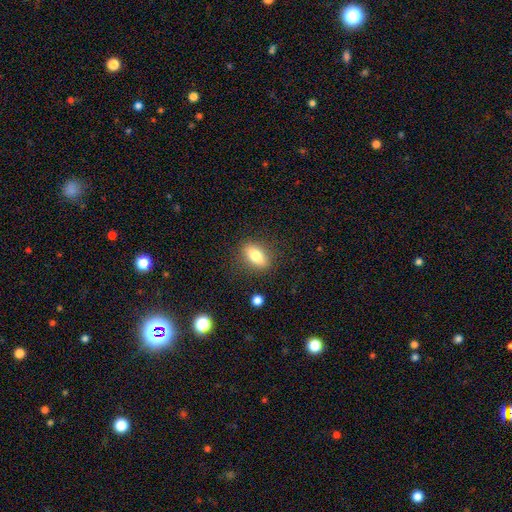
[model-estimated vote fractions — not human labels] This is likely a smooth galaxy (78%). How rounded: clearly in between (82%). Merging: clearly none (84%).